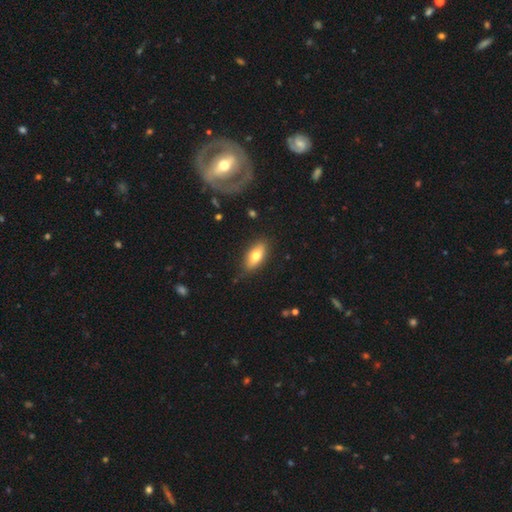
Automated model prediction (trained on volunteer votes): A smooth galaxy with no disk features (71%) that is in between round and cigar-shaped (82%).

Vote fractions:
- Smooth or featured? smooth: 71% / featured or disk: 22% / star or artifact: 6%
- How rounded? in between: 82% / cigar-shaped: 15% / round: 3%
- Merging? none: 85% / minor disturbance: 12% / major disturbance: 2% / merger: 1%